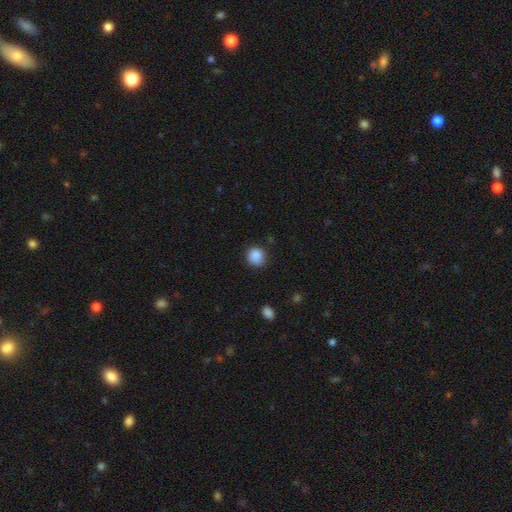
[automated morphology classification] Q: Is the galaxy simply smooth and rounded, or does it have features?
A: smooth — 88%.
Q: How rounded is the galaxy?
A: round — 87%.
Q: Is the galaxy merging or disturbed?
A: none — 82%.